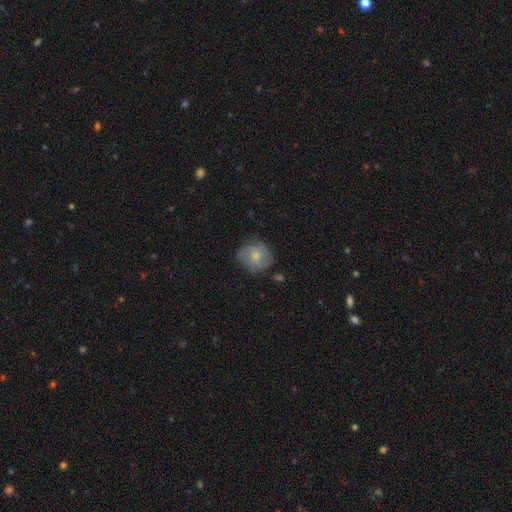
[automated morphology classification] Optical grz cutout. It shows a smooth galaxy with no disk features (61%) that is round (84%). Merging: none (68%).